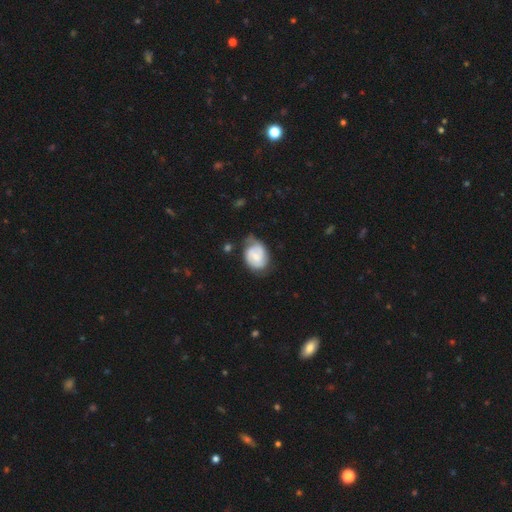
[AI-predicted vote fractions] Morphology: type=featured or disk (60%); edge-on=no (97%); bar=no (47%); spiral arms=yes (86%); winding=tight (49%); arm count=2 (64%); bulge=small (49%); merging=none (50%).